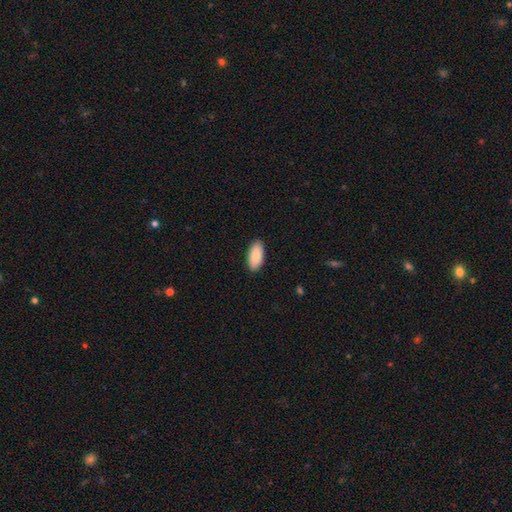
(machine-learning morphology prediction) A smooth galaxy with no disk features (89%) that is in between round and cigar-shaped (92%). Merging: none (90%).